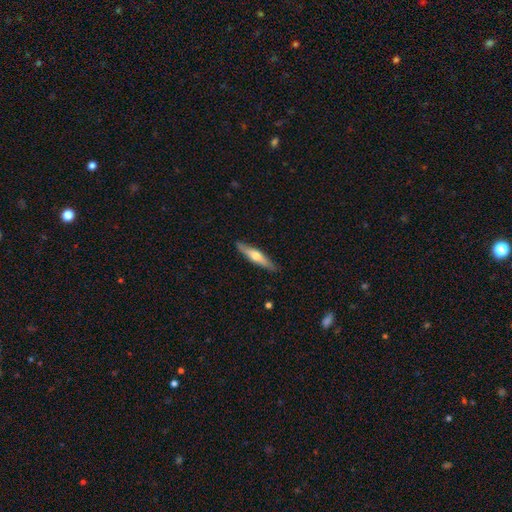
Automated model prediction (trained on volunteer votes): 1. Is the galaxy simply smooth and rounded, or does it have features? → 49% featured or disk, 46% smooth, 5% star or artifact.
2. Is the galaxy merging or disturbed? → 88% none, 9% minor disturbance, 2% major disturbance, 1% merger.